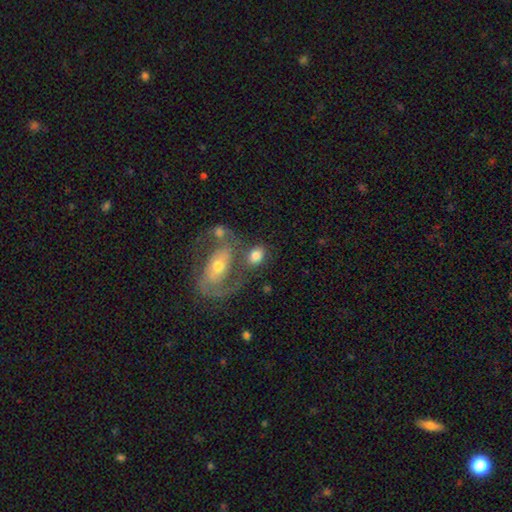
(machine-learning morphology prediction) smooth-or-featured: smooth: 67% | featured or disk: 26% | star or artifact: 7%
  how-rounded: in between: 69% | round: 29% | cigar-shaped: 2%
  merging: none: 51% | merger: 25% | minor disturbance: 14% | major disturbance: 9%